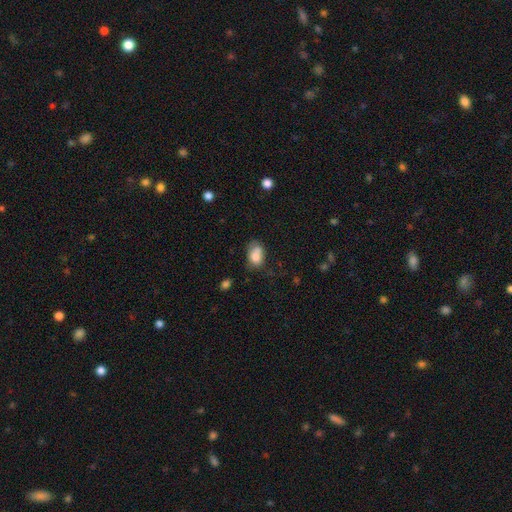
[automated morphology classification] type=smooth (77%); roundness=in between (81%); merging=none (43%).